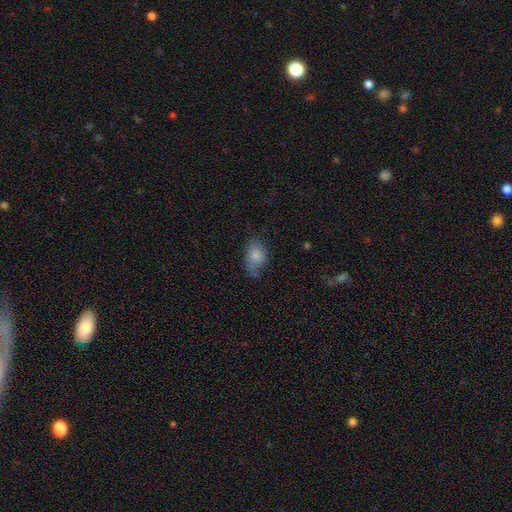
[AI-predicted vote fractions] Morphology: type=smooth (79%); roundness=in between (82%); merging=none (53%).